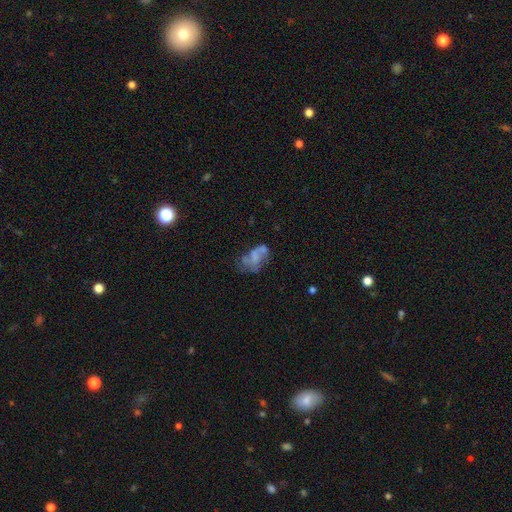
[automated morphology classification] Smooth or featured? Predicted: featured or disk (p=0.51). Edge-on disk? Predicted: no (p=0.98). Bar? Predicted: no (p=0.78). Spiral arms? Predicted: no (p=0.61). Bulge size? Predicted: none (p=0.73). Merging? Predicted: none (p=0.34).